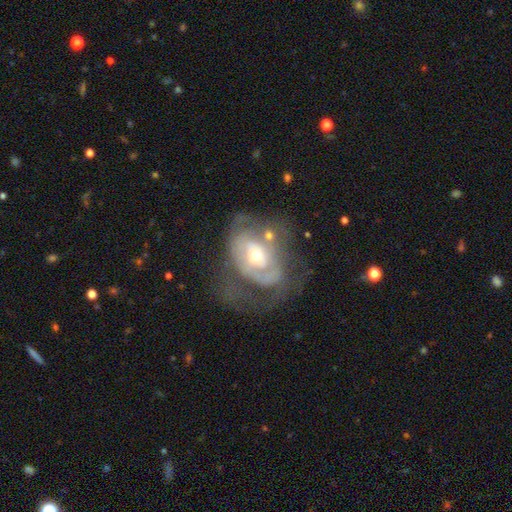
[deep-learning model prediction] This appears to be a featured or disk galaxy (75%) with no bar (67%), spiral arms (66%) and a moderate central bulge (50%). Merging: major disturbance (35%).